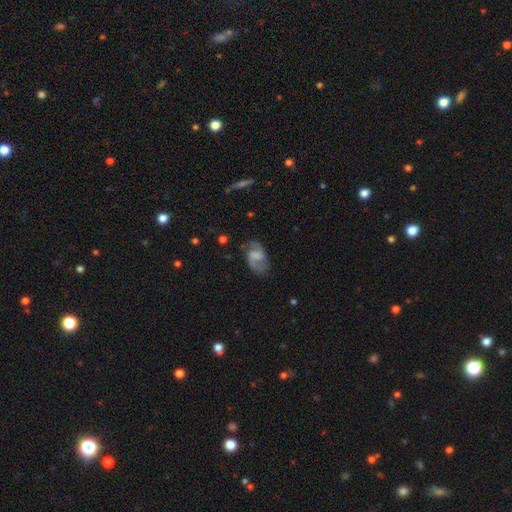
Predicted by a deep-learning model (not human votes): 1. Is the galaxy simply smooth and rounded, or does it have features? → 68% featured or disk, 25% smooth, 7% star or artifact.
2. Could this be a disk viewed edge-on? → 97% no, 3% yes.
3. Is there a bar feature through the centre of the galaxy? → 51% weak, 32% no, 17% strong.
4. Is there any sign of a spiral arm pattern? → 88% yes, 12% no.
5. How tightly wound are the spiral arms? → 48% medium, 36% loose, 16% tight.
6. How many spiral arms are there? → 85% 2, 7% can't tell, 5% 1, 1% 3, 1% 4, 1% more than 4.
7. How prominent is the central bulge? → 44% none, 24% small, 22% moderate, 9% large, 2% dominant.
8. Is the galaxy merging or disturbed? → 69% none, 19% minor disturbance, 9% major disturbance, 2% merger.